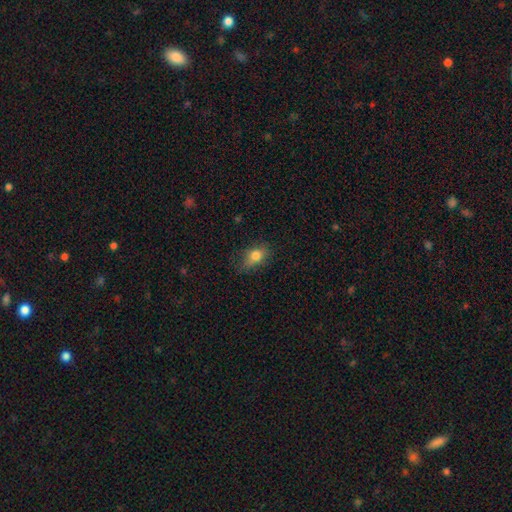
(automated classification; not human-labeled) Q: Smooth or featured?
A: smooth (77%); runner-up: featured or disk (12%)
Q: How rounded?
A: in between (71%); runner-up: round (25%)
Q: Merging?
A: none (61%); runner-up: minor disturbance (28%)